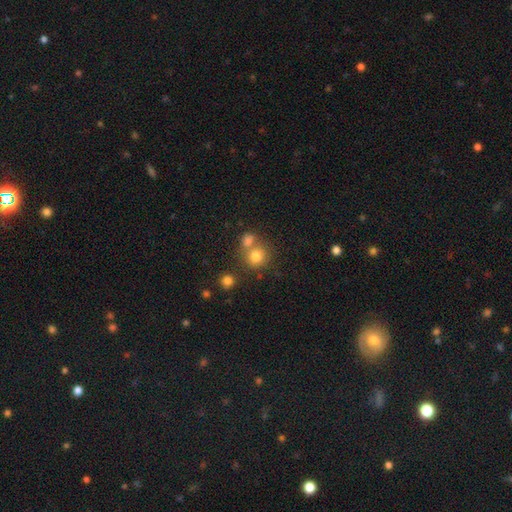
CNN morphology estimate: Q: Smooth or featured?
A: smooth (78%); runner-up: star or artifact (13%)
Q: How rounded?
A: round (83%); runner-up: in between (17%)
Q: Merging?
A: none (52%); runner-up: merger (36%)